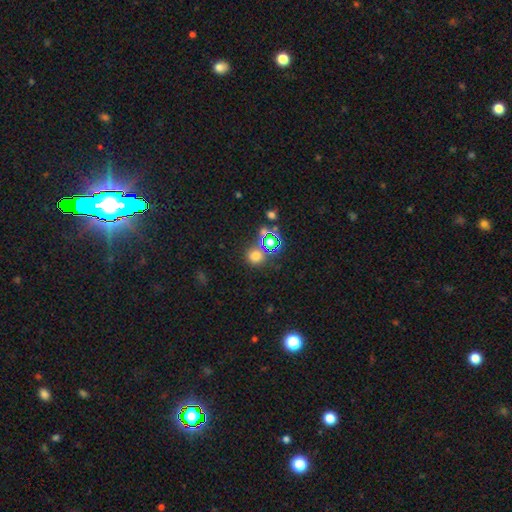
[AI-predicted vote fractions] smooth-or-featured: smooth: 67% | star or artifact: 27% | featured or disk: 6%
  how-rounded: round: 88% | in between: 11% | cigar-shaped: 1%
  merging: none: 77% | merger: 11% | minor disturbance: 8% | major disturbance: 4%